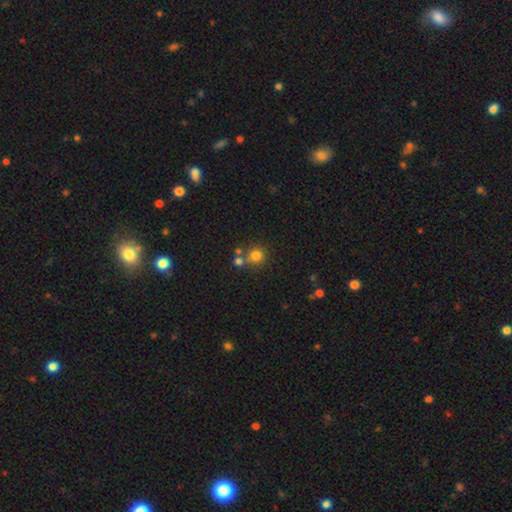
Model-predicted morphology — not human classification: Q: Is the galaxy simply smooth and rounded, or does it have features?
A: smooth — 76%.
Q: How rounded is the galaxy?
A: round — 90%.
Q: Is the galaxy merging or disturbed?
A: none — 62%.